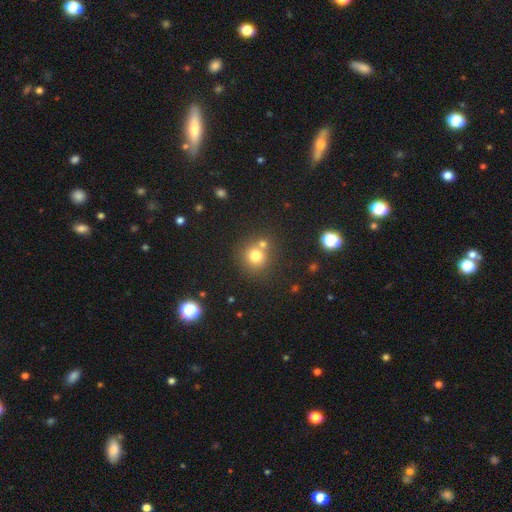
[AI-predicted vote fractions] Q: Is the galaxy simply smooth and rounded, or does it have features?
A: smooth — 75%.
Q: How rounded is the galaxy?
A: round — 90%.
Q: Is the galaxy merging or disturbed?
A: none — 61%.